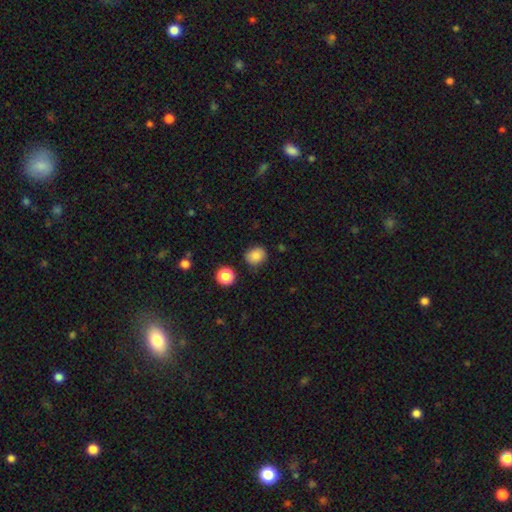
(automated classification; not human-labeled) A smooth galaxy with no disk features (85%) that is round (62%). Merging: none (80%).